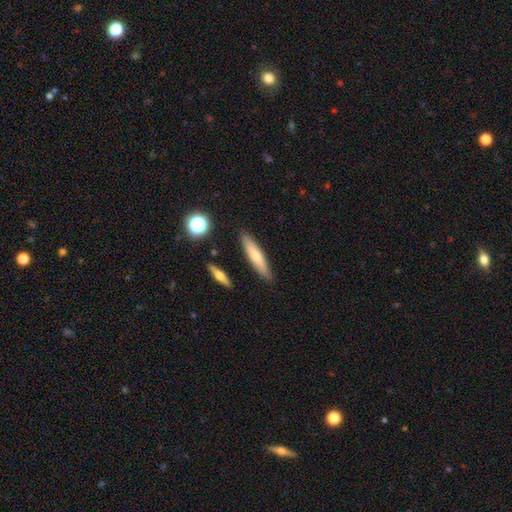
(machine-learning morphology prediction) Overall: smooth (62%; featured or disk 31%). How rounded: cigar-shaped (83%). Merging: none (87%).